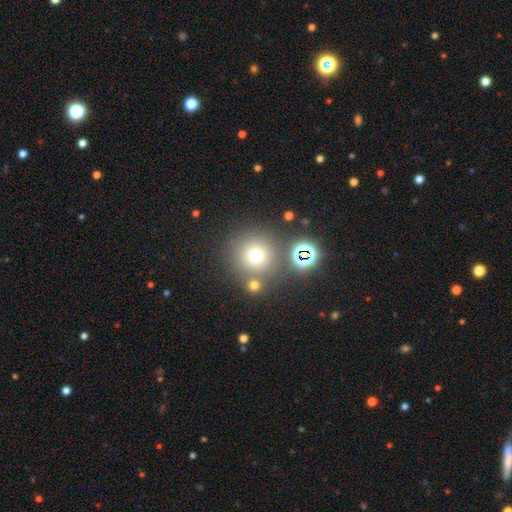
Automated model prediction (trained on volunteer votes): Smooth or featured? Predicted: smooth (p=0.68). How rounded? Predicted: round (p=0.95). Merging? Predicted: none (p=0.75).